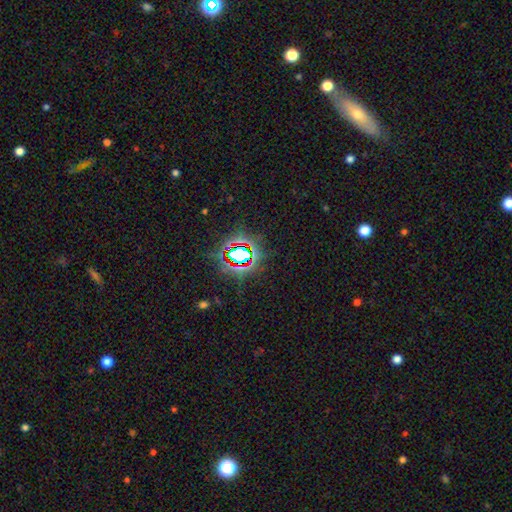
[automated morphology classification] Smooth or featured: star or artifact — 77% (smooth — 13%)